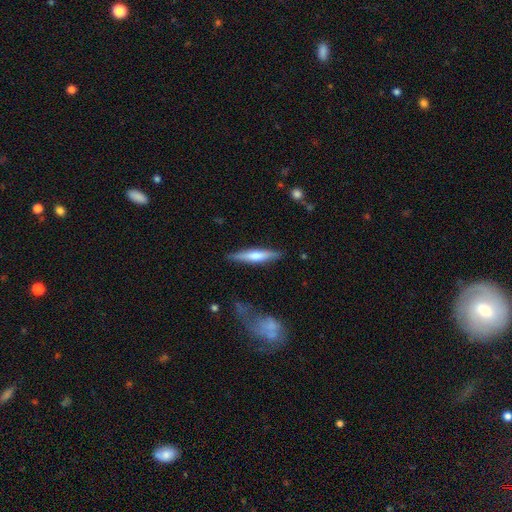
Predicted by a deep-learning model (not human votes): Smooth or featured: smooth — 53% (featured or disk — 42%)
How rounded: cigar-shaped — 86% (in between — 12%)
Merging: none — 84% (minor disturbance — 12%)